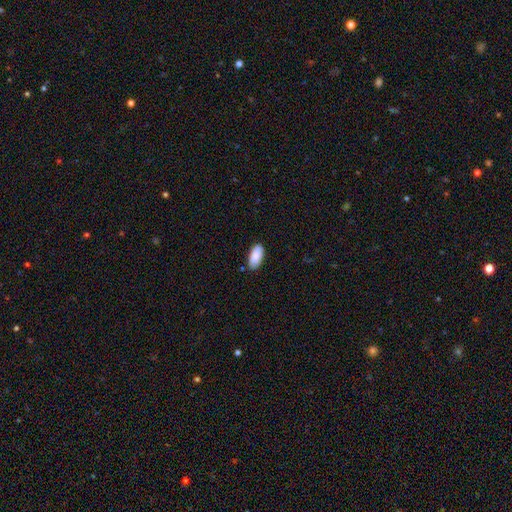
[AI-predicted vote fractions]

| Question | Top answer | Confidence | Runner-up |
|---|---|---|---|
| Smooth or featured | smooth | 89% | star or artifact (6%) |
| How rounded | in between | 92% | cigar-shaped (6%) |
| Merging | none | 86% | minor disturbance (11%) |